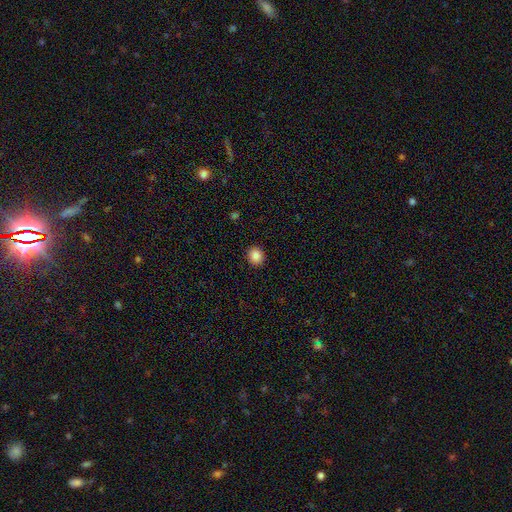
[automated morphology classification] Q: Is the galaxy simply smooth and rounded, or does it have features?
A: smooth — 86%.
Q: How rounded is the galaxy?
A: round — 79%.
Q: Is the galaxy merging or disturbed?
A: none — 92%.